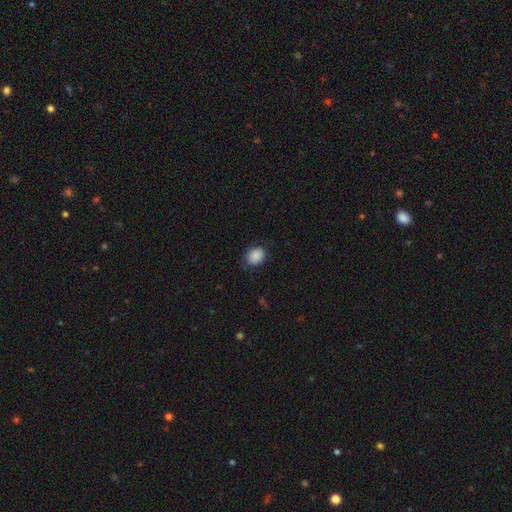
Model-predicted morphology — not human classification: Smooth or featured?
  - smooth: 88% *
  - star or artifact: 8%
  - featured or disk: 3%
How rounded?
  - round: 58% *
  - in between: 41%
  - cigar-shaped: 1%
Merging?
  - none: 78% *
  - minor disturbance: 17%
  - major disturbance: 4%
  - merger: 1%